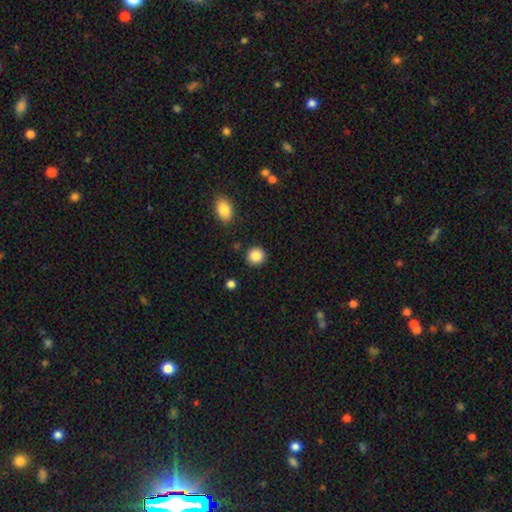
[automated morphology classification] Overall: smooth (87%). How rounded: round (91%). Merging: none (90%).